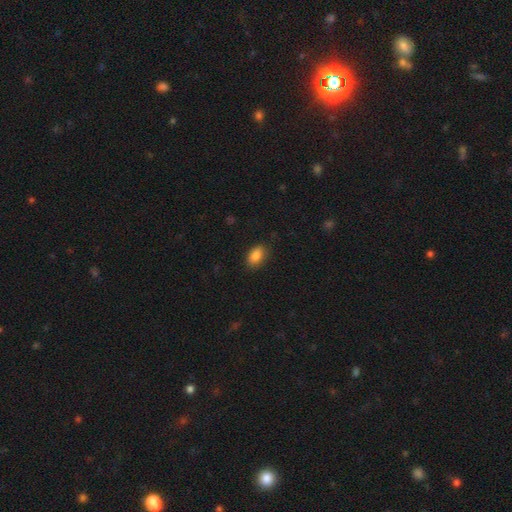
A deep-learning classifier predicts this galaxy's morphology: Smooth or featured? Predicted: smooth (p=0.86). How rounded? Predicted: in between (p=0.88). Merging? Predicted: none (p=0.83).